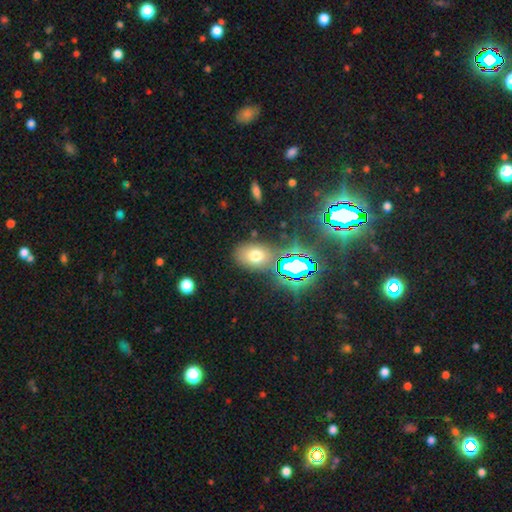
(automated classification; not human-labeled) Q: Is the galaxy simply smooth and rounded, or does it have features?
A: smooth — 63%.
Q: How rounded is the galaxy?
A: in between — 80%.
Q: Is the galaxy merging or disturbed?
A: none — 77%.